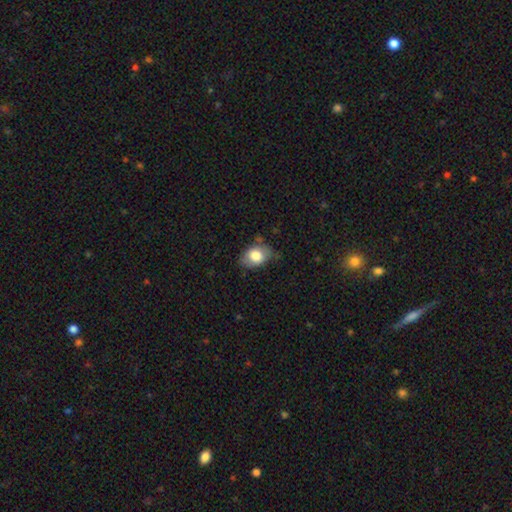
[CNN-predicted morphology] This is likely a smooth galaxy (76%). How rounded: likely in between (78%). Merging: likely none (62%).